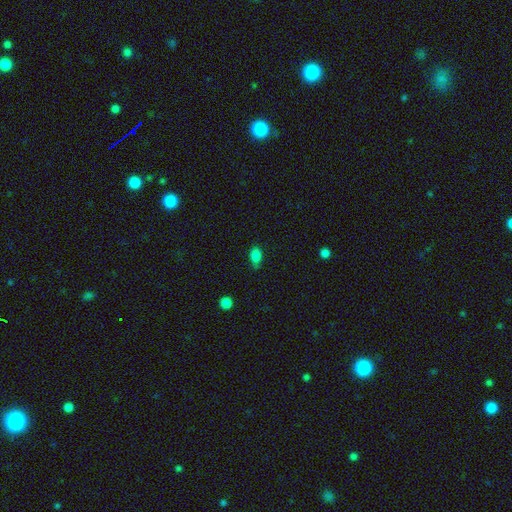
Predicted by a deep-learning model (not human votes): smooth-or-featured: smooth: 85% | star or artifact: 10% | featured or disk: 5%
  how-rounded: in between: 84% | round: 14% | cigar-shaped: 2%
  merging: none: 69% | minor disturbance: 24% | major disturbance: 4% | merger: 2%